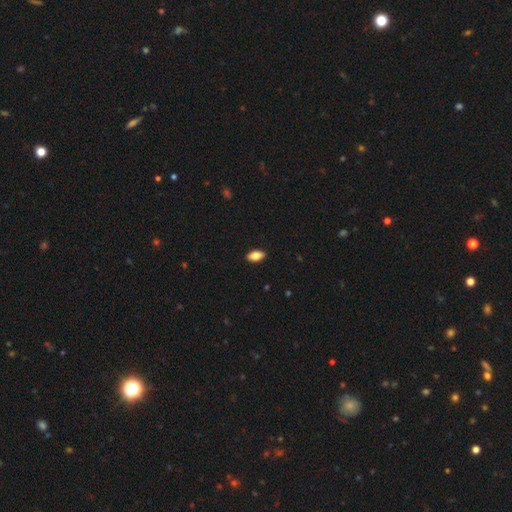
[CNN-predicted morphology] This appears to be a smooth galaxy with no disk features (82%) that is in between round and cigar-shaped (91%). Merging: none (90%).